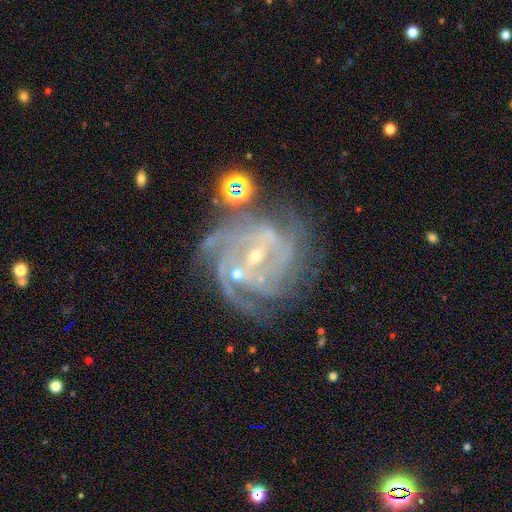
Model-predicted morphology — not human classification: Q: Smooth or featured?
A: featured or disk (87%); runner-up: star or artifact (8%)
Q: Edge-on disk?
A: no (98%); runner-up: yes (2%)
Q: Bar?
A: weak (46%); runner-up: no (29%)
Q: Spiral arms?
A: yes (97%); runner-up: no (3%)
Q: Spiral winding?
A: tight (62%); runner-up: medium (32%)
Q: Spiral arm count?
A: 4 (29%); runner-up: 3 (23%)
Q: Bulge size?
A: small (74%); runner-up: moderate (20%)
Q: Merging?
A: none (60%); runner-up: minor disturbance (18%)